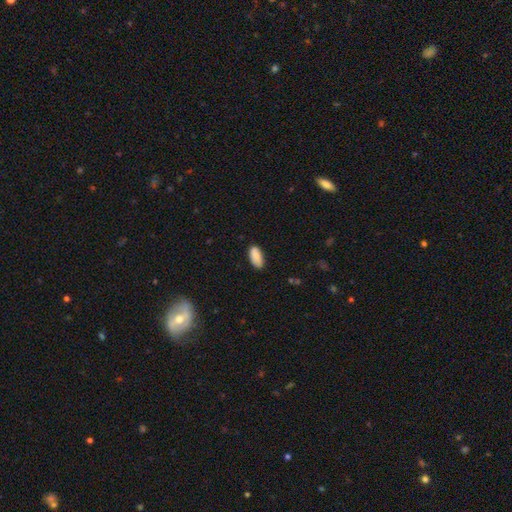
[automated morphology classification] The model was most divided on "merging": none: 75%, minor disturbance: 20%, major disturbance: 3%, merger: 2%. More confident: how rounded — in between (91%); smooth or featured — smooth (87%).